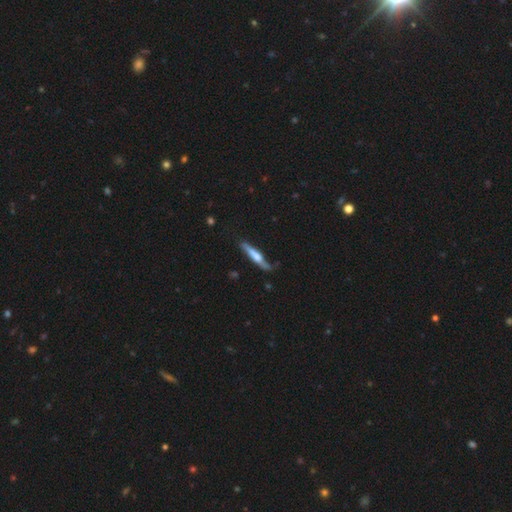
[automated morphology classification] This appears to be a featured or disk galaxy (57%) viewed edge-on (90%) with a rounded central bulge (65%). Merging: none (67%).